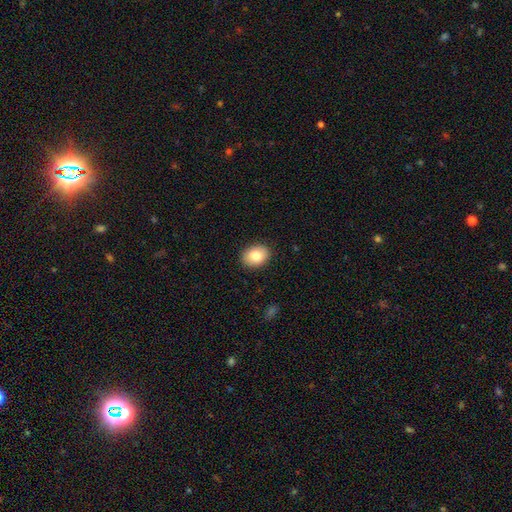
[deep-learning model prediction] This is clearly a smooth galaxy (82%). How rounded: likely in between (64%). Merging: clearly none (89%).